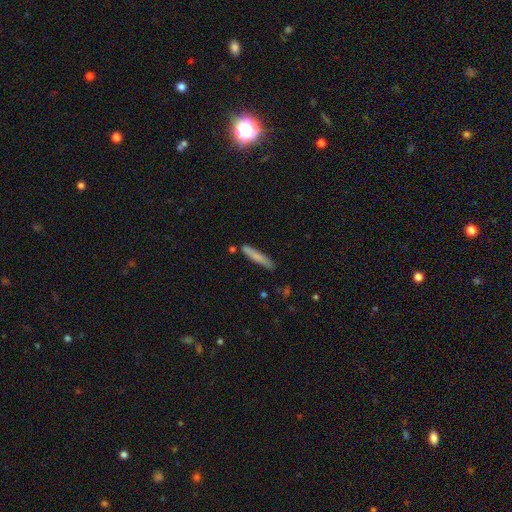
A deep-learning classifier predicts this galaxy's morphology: Overall: smooth (75%). How rounded: cigar-shaped (93%). Merging: none (81%).